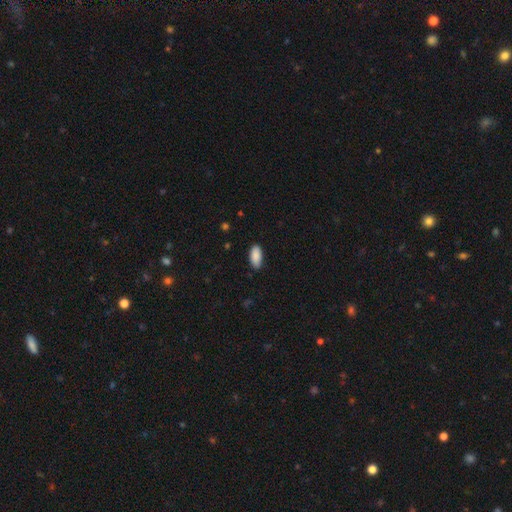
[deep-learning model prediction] Smooth or featured?
  - smooth: 90% *
  - star or artifact: 6%
  - featured or disk: 4%
How rounded?
  - in between: 91% *
  - cigar-shaped: 7%
  - round: 2%
Merging?
  - none: 86% *
  - minor disturbance: 11%
  - major disturbance: 2%
  - merger: 1%